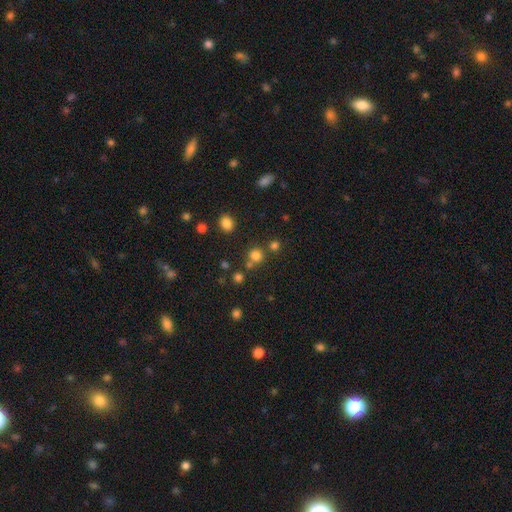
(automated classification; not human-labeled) Smooth or featured? Predicted: smooth (p=0.75). How rounded? Predicted: round (p=0.90). Merging? Predicted: none (p=0.70).